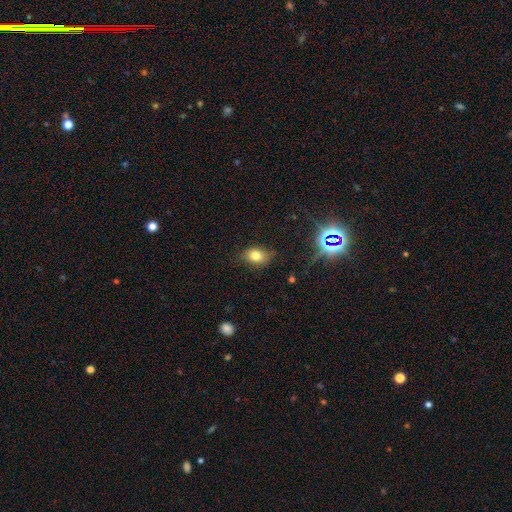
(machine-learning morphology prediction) A smooth galaxy with no disk features (75%) that is in between round and cigar-shaped (75%). Merging: none (75%).